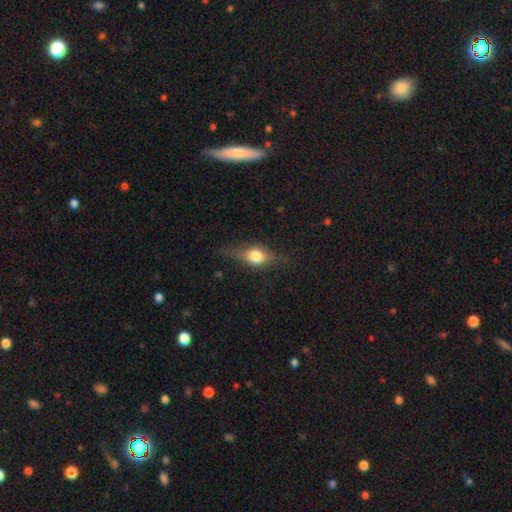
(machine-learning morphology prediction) featured or disk 48%, smooth 42%, star or artifact 10%. Down the decision tree: merging — none (74%).